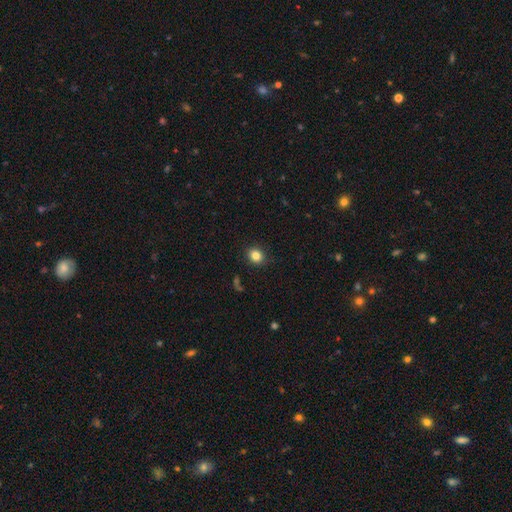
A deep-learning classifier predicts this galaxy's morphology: Q: Smooth or featured?
A: smooth (83%); runner-up: star or artifact (11%)
Q: How rounded?
A: round (73%); runner-up: in between (26%)
Q: Merging?
A: none (89%); runner-up: minor disturbance (7%)